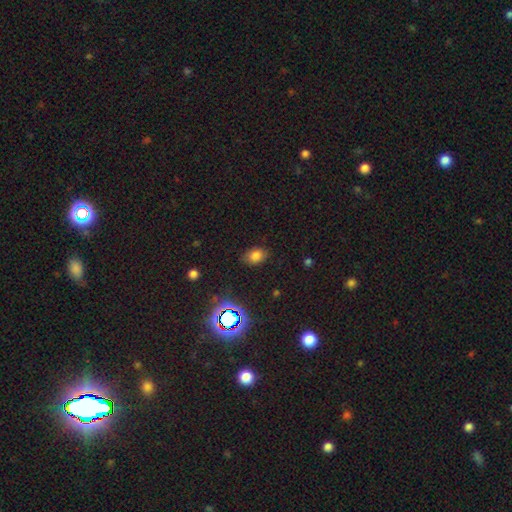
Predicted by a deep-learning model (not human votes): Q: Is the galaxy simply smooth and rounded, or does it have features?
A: smooth — 75%.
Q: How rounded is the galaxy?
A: in between — 75%.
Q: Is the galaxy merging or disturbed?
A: none — 82%.